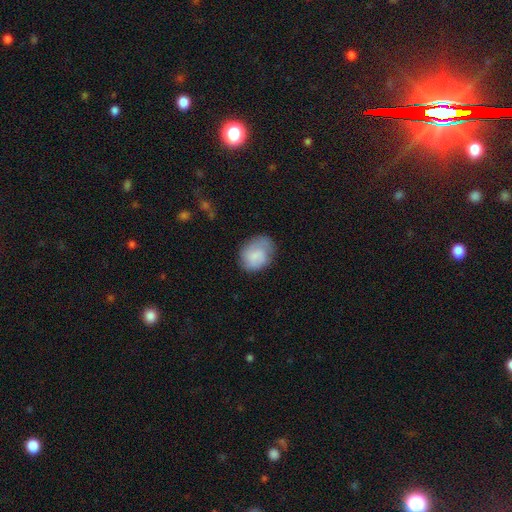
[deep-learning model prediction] This is likely a smooth galaxy (70%). How rounded: possibly in between (59%). Merging: possibly none (60%).